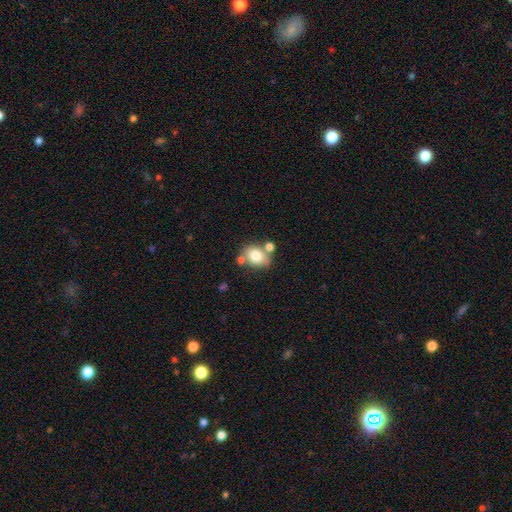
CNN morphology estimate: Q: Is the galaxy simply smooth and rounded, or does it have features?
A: smooth — 76%.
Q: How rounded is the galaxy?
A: in between — 59%.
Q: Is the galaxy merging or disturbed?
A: none — 59%.